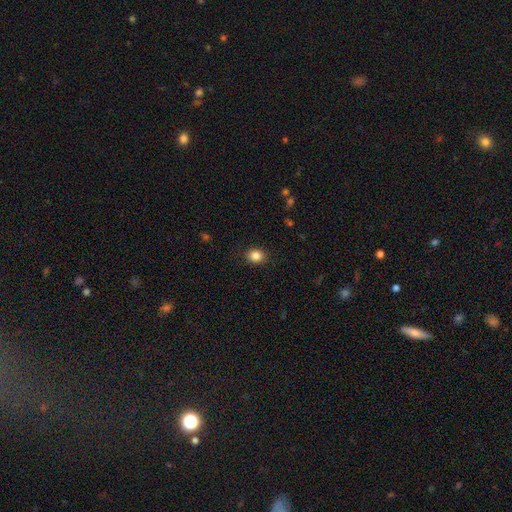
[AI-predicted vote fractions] smooth-or-featured: smooth: 85% | star or artifact: 10% | featured or disk: 5%
  how-rounded: round: 59% | in between: 40% | cigar-shaped: 1%
  merging: none: 88% | minor disturbance: 8% | major disturbance: 2% | merger: 1%